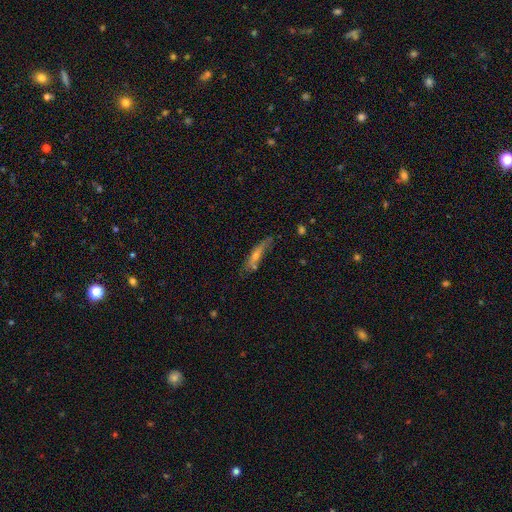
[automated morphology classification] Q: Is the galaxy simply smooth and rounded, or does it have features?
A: featured or disk — 51%.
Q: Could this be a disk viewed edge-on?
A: yes — 74%.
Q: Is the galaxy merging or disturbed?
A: none — 64%.